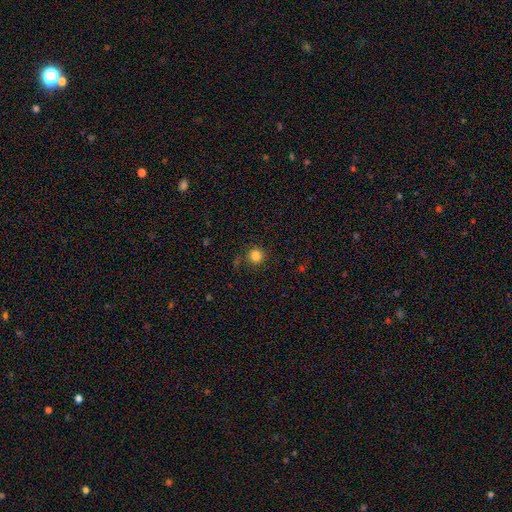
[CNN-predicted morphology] type=smooth (84%); roundness=round (94%); merging=none (86%).